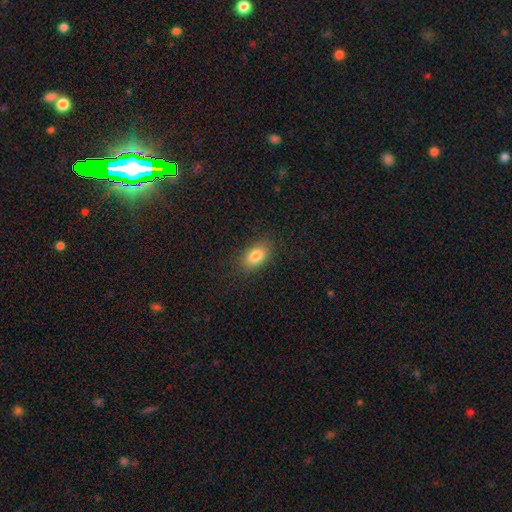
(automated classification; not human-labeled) Smooth or featured?
  - smooth: 82% *
  - featured or disk: 9%
  - star or artifact: 9%
How rounded?
  - in between: 87% *
  - round: 10%
  - cigar-shaped: 2%
Merging?
  - none: 86% *
  - minor disturbance: 10%
  - major disturbance: 3%
  - merger: 1%